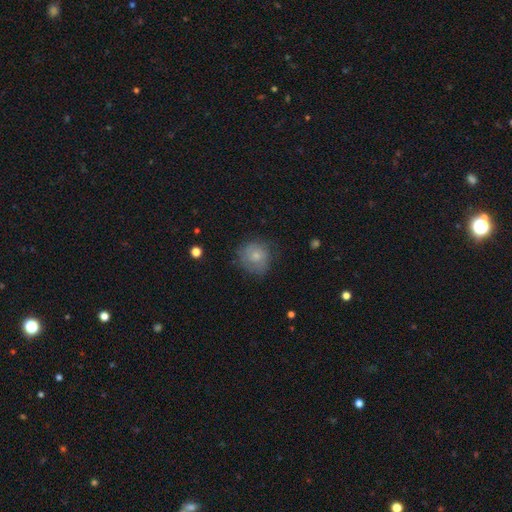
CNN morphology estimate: Smooth or featured? smooth (69%)
How rounded? round (84%)
Merging? none (64%)